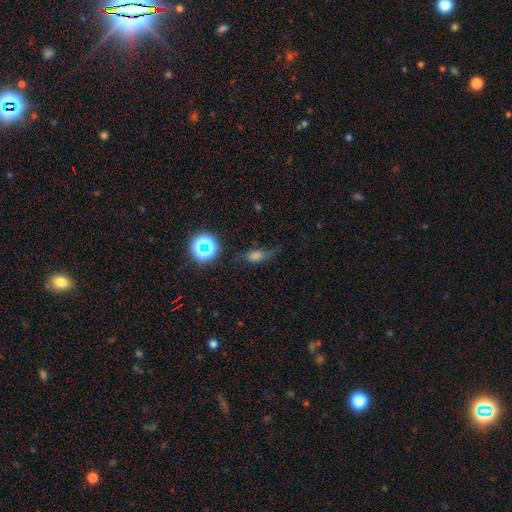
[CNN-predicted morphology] Smooth or featured? smooth (60%)
How rounded? in between (69%)
Merging? none (44%)